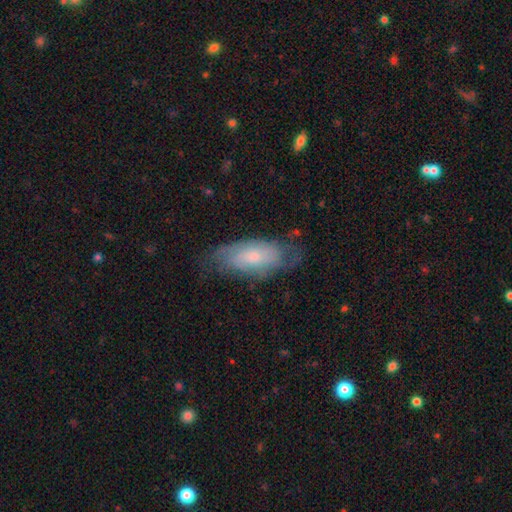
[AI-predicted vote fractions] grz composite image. It shows a smooth galaxy with no disk features (48%). Merging: none (61%).